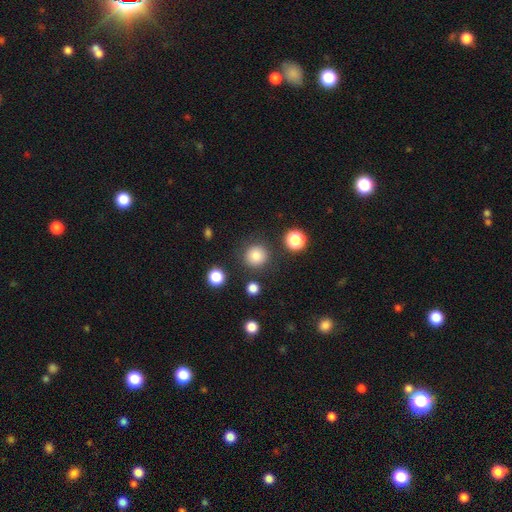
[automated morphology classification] This is clearly a smooth galaxy (83%). How rounded: clearly round (93%). Merging: clearly none (85%).